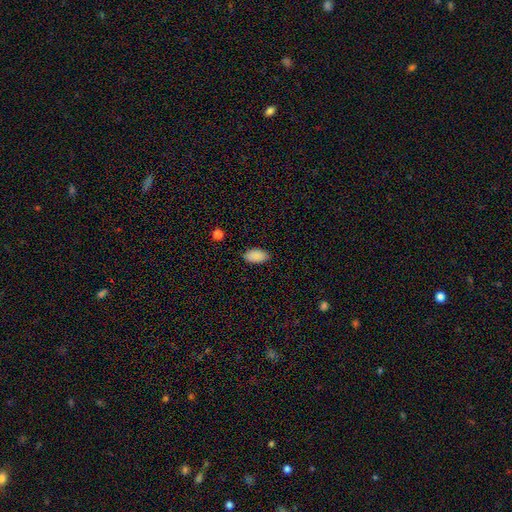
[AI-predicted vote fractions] smooth_or_featured: smooth (p=0.89) [alt: star or artifact p=0.08]
how_rounded: in between (p=0.94) [alt: cigar-shaped p=0.03]
merging: none (p=0.87) [alt: minor disturbance p=0.10]